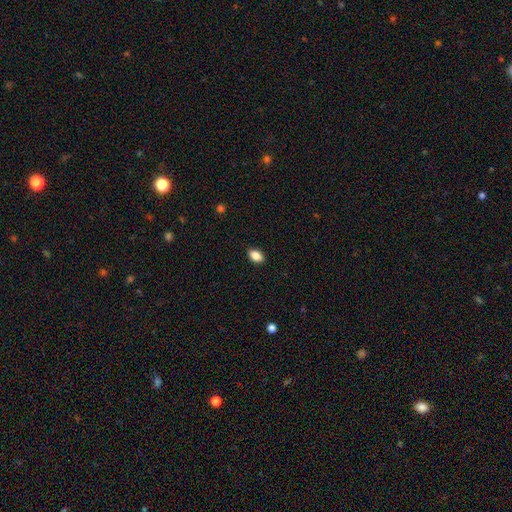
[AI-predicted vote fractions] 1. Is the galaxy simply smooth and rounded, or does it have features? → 87% smooth, 8% star or artifact, 5% featured or disk.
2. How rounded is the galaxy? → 89% in between, 9% round, 2% cigar-shaped.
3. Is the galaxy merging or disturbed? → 89% none, 8% minor disturbance, 2% major disturbance, 1% merger.